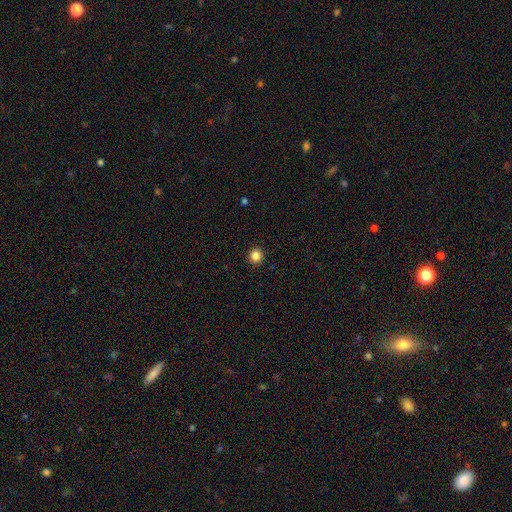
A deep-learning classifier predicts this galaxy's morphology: smooth_or_featured: smooth (p=0.85) [alt: star or artifact p=0.11]
how_rounded: round (p=0.94) [alt: in between p=0.05]
merging: none (p=0.93) [alt: minor disturbance p=0.04]